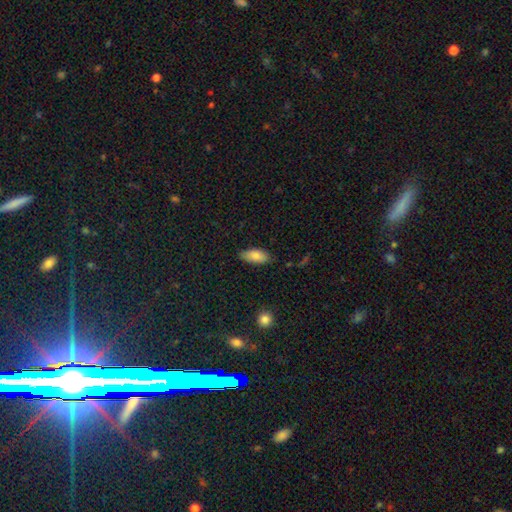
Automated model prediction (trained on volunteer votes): Overall: smooth (83%). How rounded: in between (88%). Merging: none (79%).